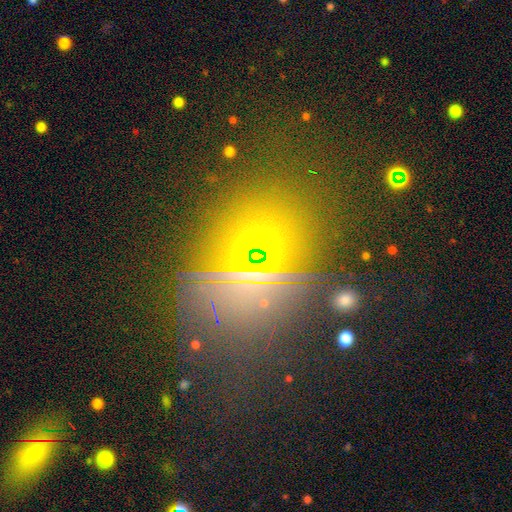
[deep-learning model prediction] Q: Smooth or featured?
A: star or artifact (68%); runner-up: smooth (21%)